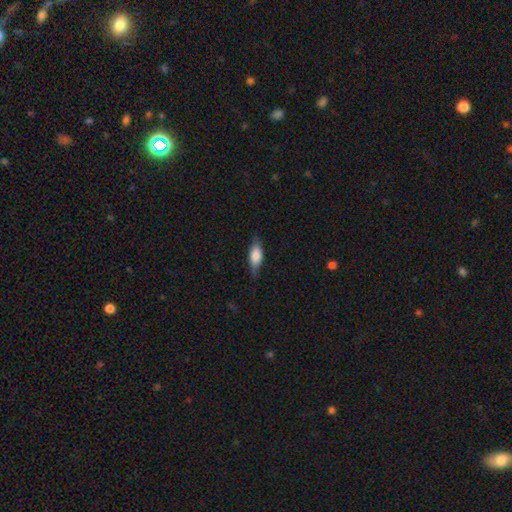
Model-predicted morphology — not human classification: Smooth or featured?
  - smooth: 67% *
  - featured or disk: 26%
  - star or artifact: 7%
How rounded?
  - in between: 73% *
  - cigar-shaped: 23%
  - round: 3%
Merging?
  - none: 72% *
  - minor disturbance: 22%
  - major disturbance: 5%
  - merger: 1%